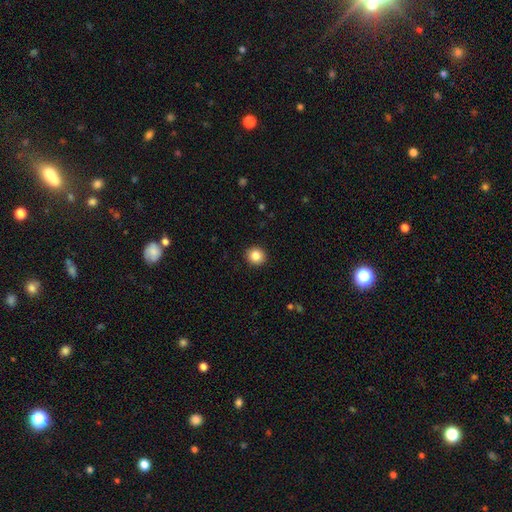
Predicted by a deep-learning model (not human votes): A smooth galaxy with no disk features (85%) that is round (86%). Merging: none (92%).